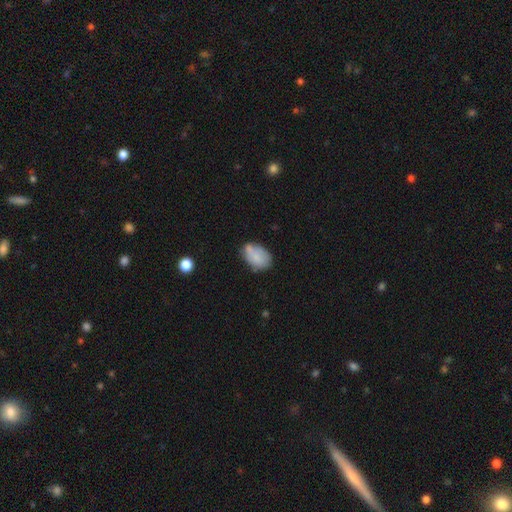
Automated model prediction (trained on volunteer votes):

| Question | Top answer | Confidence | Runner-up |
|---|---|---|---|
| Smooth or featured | smooth | 75% | featured or disk (17%) |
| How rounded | in between | 86% | round (13%) |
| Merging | none | 53% | minor disturbance (31%) |